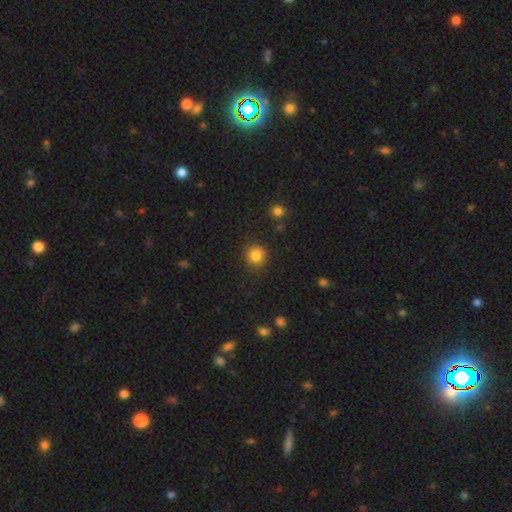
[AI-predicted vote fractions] A smooth galaxy with no disk features (84%) that is round (90%). Merging: none (85%).